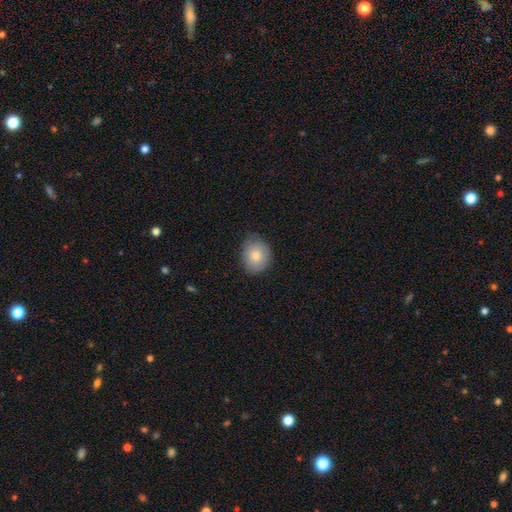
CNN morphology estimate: Smooth or featured? smooth (82%)
How rounded? round (55%)
Merging? none (76%)